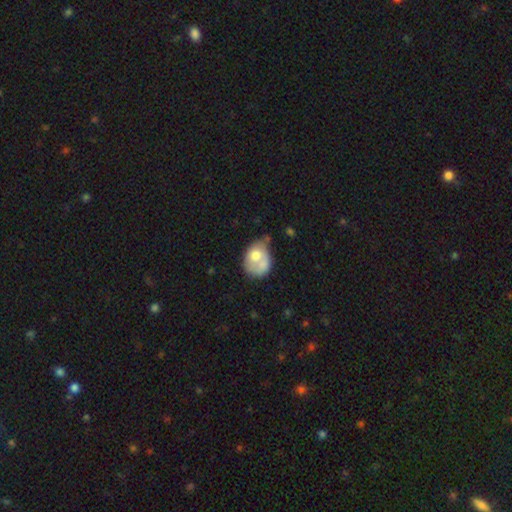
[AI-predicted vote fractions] A smooth galaxy with no disk features (62%) that is in between round and cigar-shaped (57%). Merging: merger (28%).